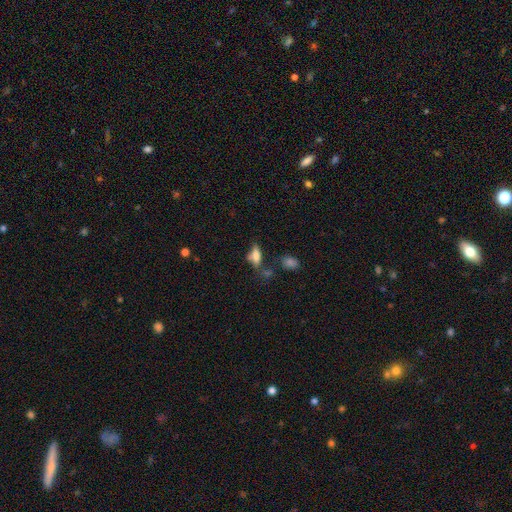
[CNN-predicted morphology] Q: Smooth or featured?
A: smooth (64%); runner-up: featured or disk (25%)
Q: How rounded?
A: in between (70%); runner-up: cigar-shaped (26%)
Q: Merging?
A: none (49%); runner-up: minor disturbance (22%)